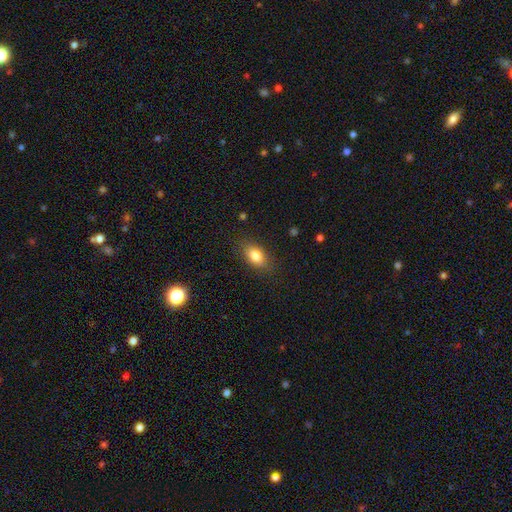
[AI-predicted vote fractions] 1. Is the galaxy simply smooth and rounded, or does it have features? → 82% smooth, 9% featured or disk, 8% star or artifact.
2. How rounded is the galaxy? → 86% in between, 10% round, 4% cigar-shaped.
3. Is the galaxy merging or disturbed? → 85% none, 10% minor disturbance, 3% major disturbance, 1% merger.